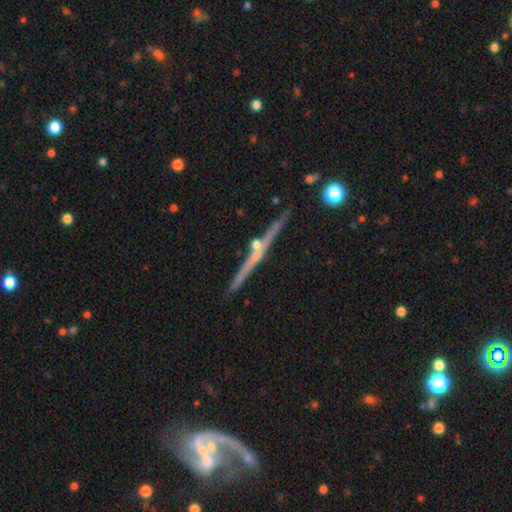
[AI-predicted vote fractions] featured or disk 74%, smooth 18%, star or artifact 7%. Down the decision tree: edge-on disk — yes (98%); edge-on bulge — rounded (58%); merging — none (86%).